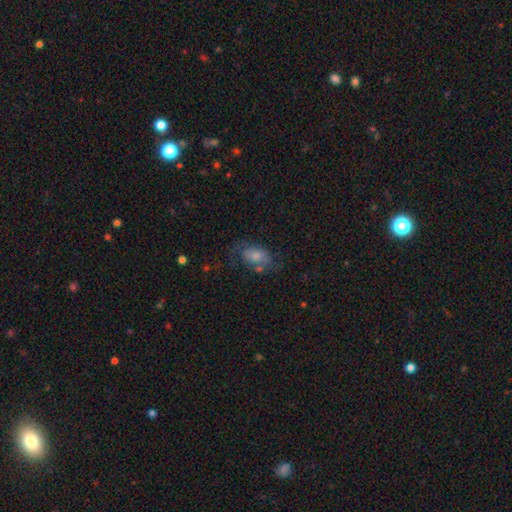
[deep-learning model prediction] Smooth or featured?
  - smooth: 54% *
  - featured or disk: 36%
  - star or artifact: 10%
How rounded?
  - in between: 85% *
  - round: 13%
  - cigar-shaped: 2%
Merging?
  - none: 45% *
  - minor disturbance: 25%
  - major disturbance: 24%
  - merger: 6%